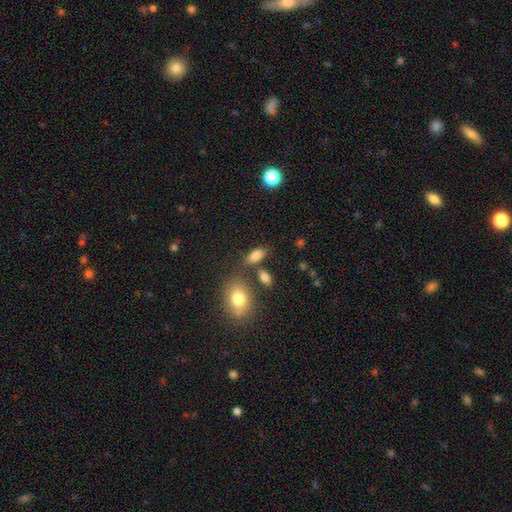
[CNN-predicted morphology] Q: Smooth or featured?
A: smooth (82%); runner-up: star or artifact (9%)
Q: How rounded?
A: in between (88%); runner-up: cigar-shaped (7%)
Q: Merging?
A: none (70%); runner-up: minor disturbance (13%)